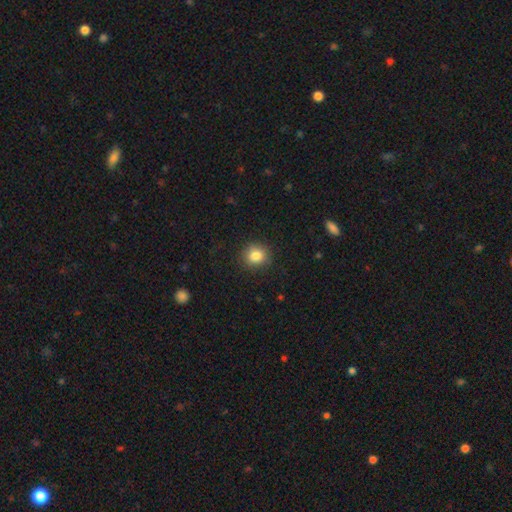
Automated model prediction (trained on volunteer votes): Smooth or featured: smooth — 85% (star or artifact — 10%)
How rounded: round — 79% (in between — 20%)
Merging: none — 89% (minor disturbance — 8%)